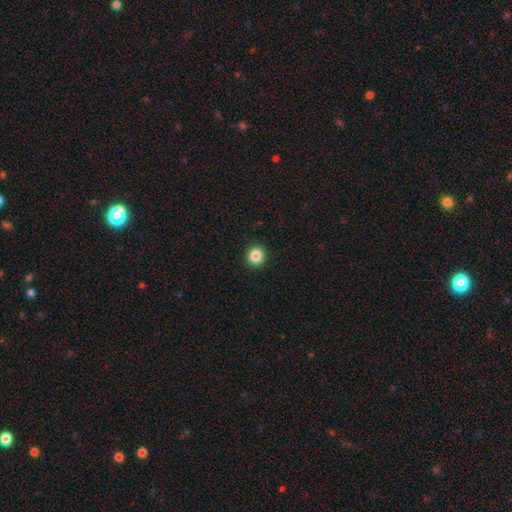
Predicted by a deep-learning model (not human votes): A smooth galaxy with no disk features (85%) that is round (93%).

Vote fractions:
- Smooth or featured? smooth: 85% / star or artifact: 11% / featured or disk: 4%
- How rounded? round: 93% / in between: 6% / cigar-shaped: 1%
- Merging? none: 93% / minor disturbance: 4% / major disturbance: 2% / merger: 1%